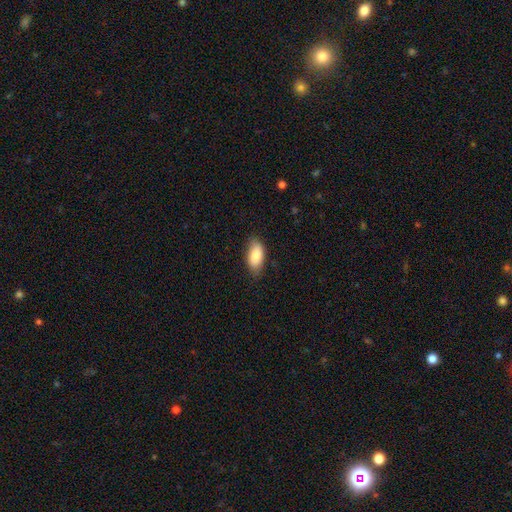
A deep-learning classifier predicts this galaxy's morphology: Smooth or featured? smooth (85%)
How rounded? in between (92%)
Merging? none (76%)